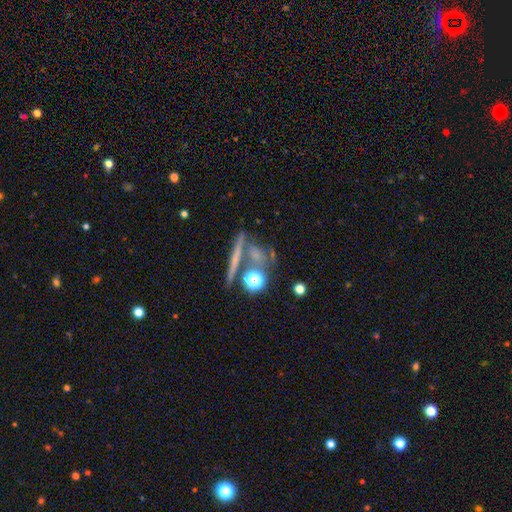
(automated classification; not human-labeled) Smooth or featured: smooth — 50% (featured or disk — 30%)
Merging: none — 57% (merger — 23%)